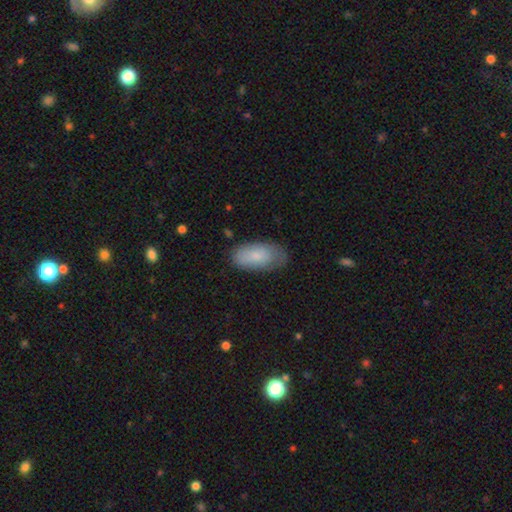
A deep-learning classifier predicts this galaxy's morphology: Smooth or featured? smooth (80%)
How rounded? in between (93%)
Merging? none (65%)